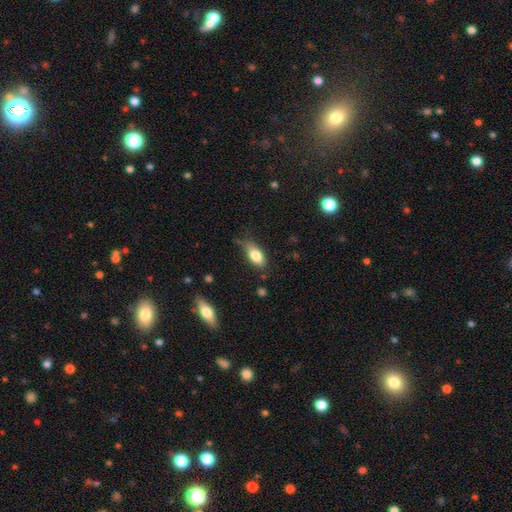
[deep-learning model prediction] smooth_or_featured: smooth (p=0.80) [alt: featured or disk p=0.13]
how_rounded: in between (p=0.85) [alt: cigar-shaped p=0.10]
merging: none (p=0.60) [alt: minor disturbance p=0.30]